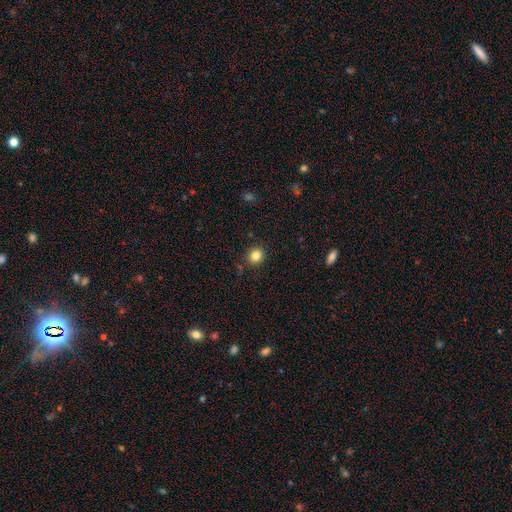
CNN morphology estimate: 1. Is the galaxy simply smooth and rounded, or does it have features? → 83% smooth, 12% star or artifact, 5% featured or disk.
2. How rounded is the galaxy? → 86% round, 13% in between, 1% cigar-shaped.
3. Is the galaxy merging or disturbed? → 90% none, 7% minor disturbance, 2% major disturbance, 2% merger.